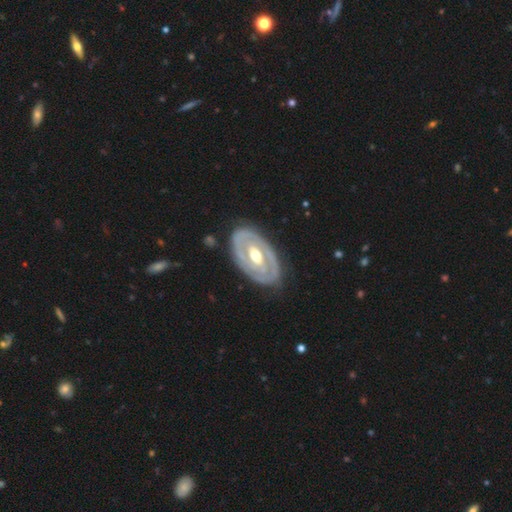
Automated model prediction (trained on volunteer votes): A featured or disk galaxy (85%) with no bar (37%, tied with weak), 2 (64%) tight (76%) spiral arms (77%) and a moderate central bulge (75%). Merging: none (83%).